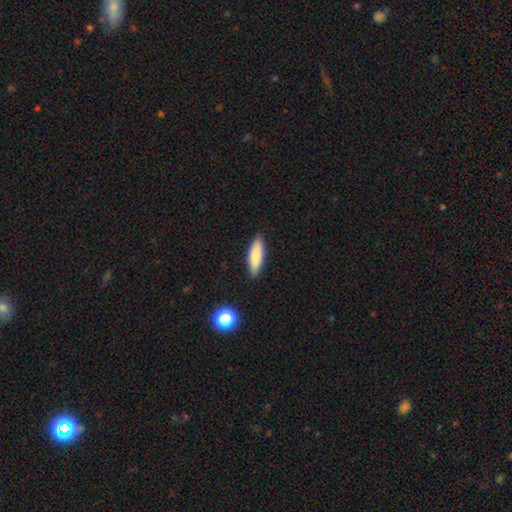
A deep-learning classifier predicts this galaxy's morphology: Smooth or featured? Predicted: smooth (p=0.82). How rounded? Predicted: cigar-shaped (p=0.53). Merging? Predicted: none (p=0.88).